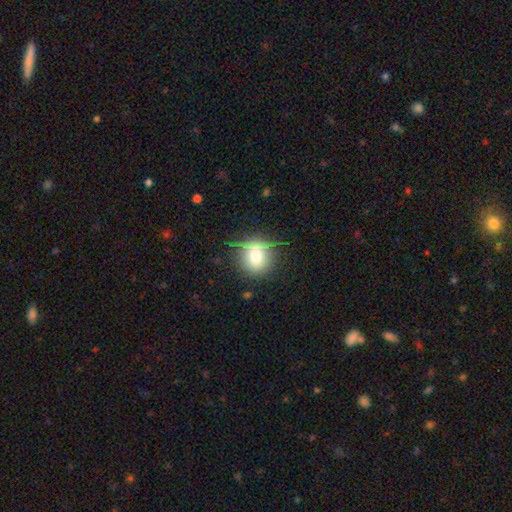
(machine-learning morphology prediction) smooth 72%, featured or disk 17%, star or artifact 11%. Down the decision tree: how rounded — round (81%); merging — none (71%).